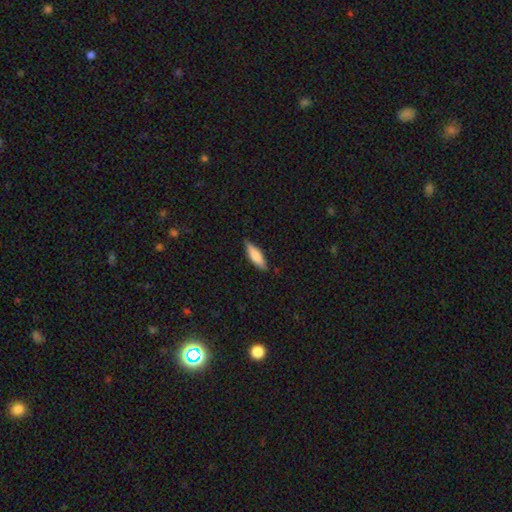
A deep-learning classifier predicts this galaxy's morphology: The model was most divided on "how rounded": cigar-shaped: 57%, in between: 41%, round: 2%. More confident: merging — none (85%); smooth or featured — smooth (73%).